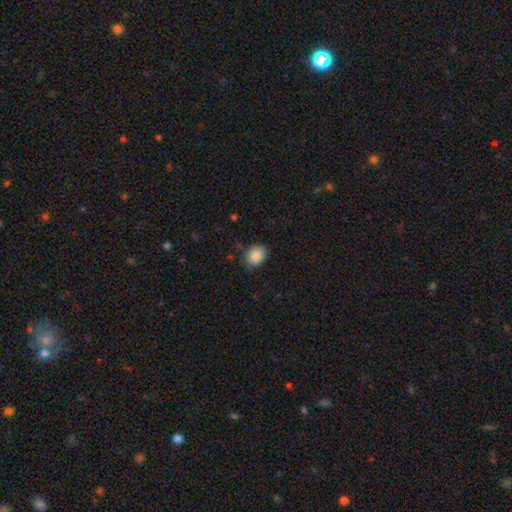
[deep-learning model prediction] A smooth galaxy with no disk features (88%) that is in between round and cigar-shaped (53%). Merging: none (82%).